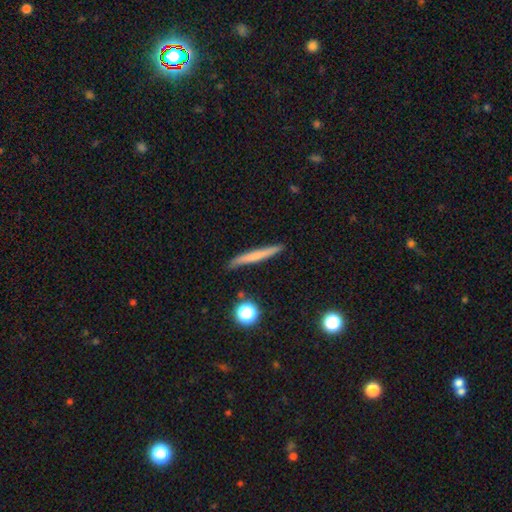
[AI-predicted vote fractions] Smooth or featured: smooth — 58% (featured or disk — 34%)
How rounded: cigar-shaped — 95% (in between — 3%)
Merging: none — 89% (minor disturbance — 8%)